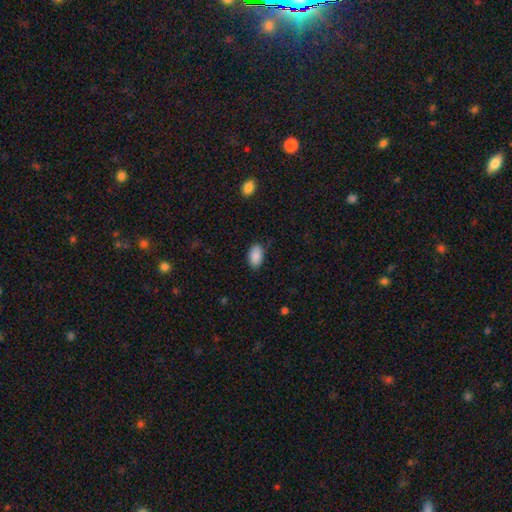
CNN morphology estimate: smooth 89%, star or artifact 7%, featured or disk 4%. Down the decision tree: how rounded — in between (93%); merging — none (81%).